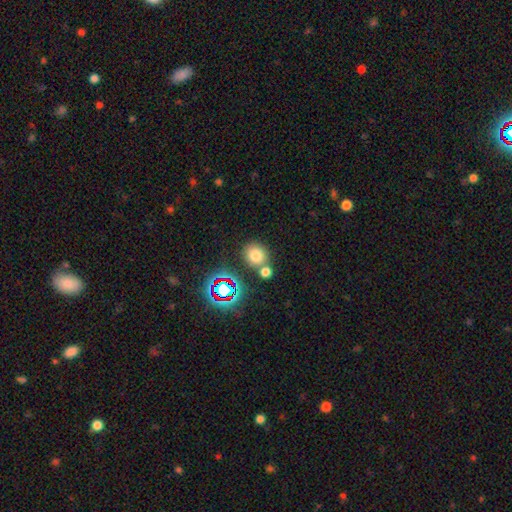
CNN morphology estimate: smooth_or_featured: smooth (p=0.72) [alt: star or artifact p=0.20]
how_rounded: round (p=0.79) [alt: in between p=0.19]
merging: none (p=0.65) [alt: merger p=0.22]